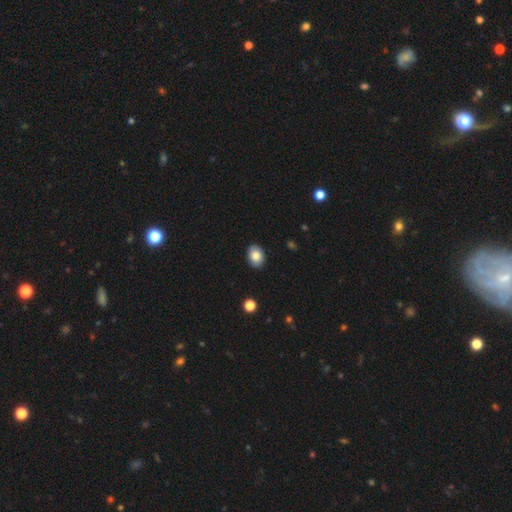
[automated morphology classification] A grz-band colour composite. It shows a smooth galaxy with no disk features (83%) that is in between round and cigar-shaped (69%). Merging: none (90%).